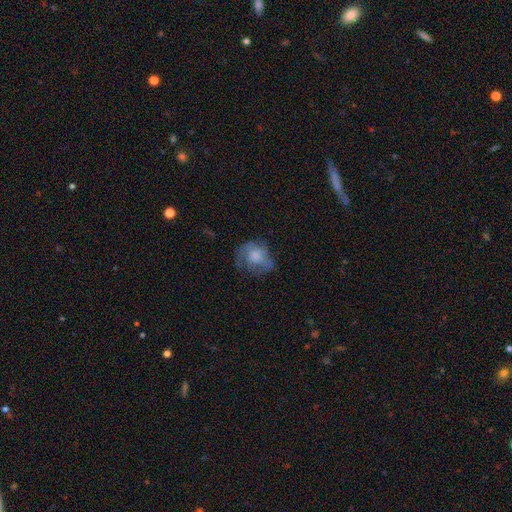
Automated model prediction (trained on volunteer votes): smooth 50%, featured or disk 41%, star or artifact 9%. Down the decision tree: how rounded — round (67%); merging — none (50%).